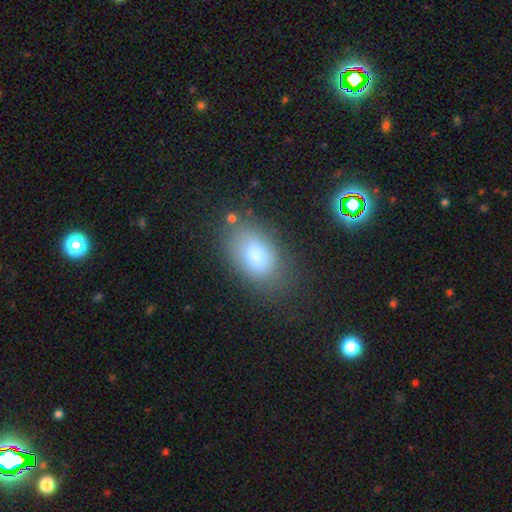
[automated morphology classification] A smooth galaxy with no disk features (80%) that is in between round and cigar-shaped (89%). Merging: none (68%).